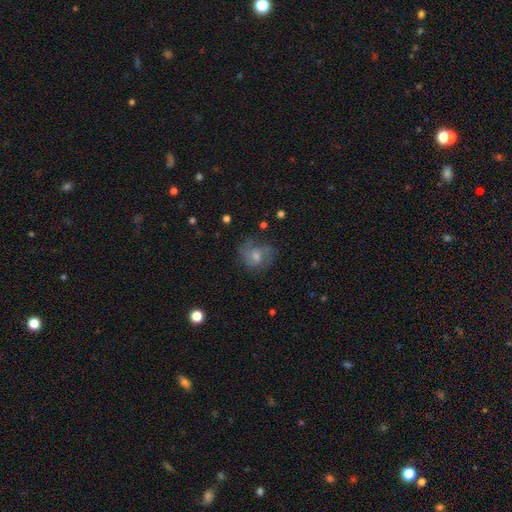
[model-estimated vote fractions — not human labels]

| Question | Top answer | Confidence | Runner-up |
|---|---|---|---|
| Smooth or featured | featured or disk | 52% | smooth (32%) |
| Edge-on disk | no | 97% | yes (3%) |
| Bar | no | 68% | weak (28%) |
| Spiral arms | yes | 81% | no (19%) |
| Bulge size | moderate | 52% | small (34%) |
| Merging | none | 68% | minor disturbance (19%) |